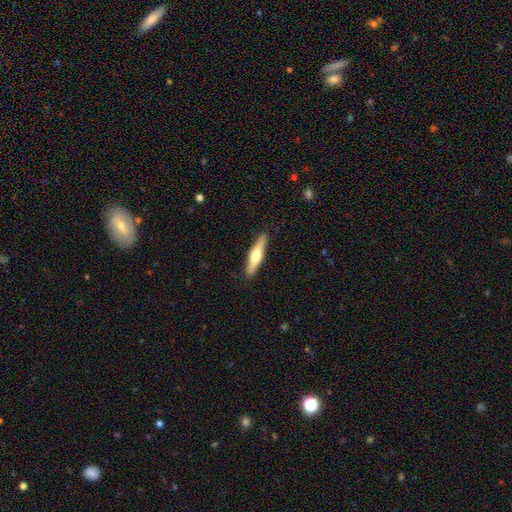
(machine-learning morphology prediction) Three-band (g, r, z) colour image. It shows a featured or disk galaxy (52%) viewed edge-on (94%). Merging: none (90%).